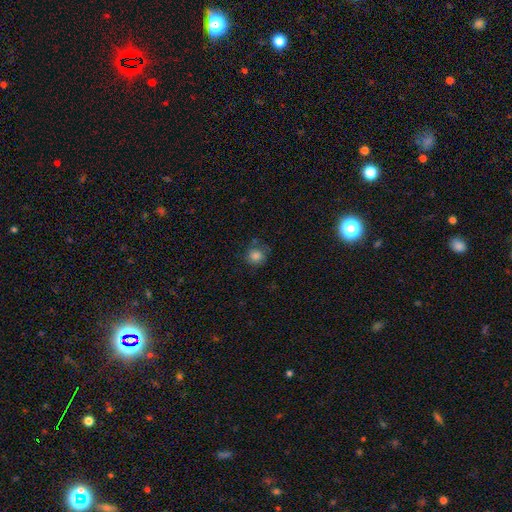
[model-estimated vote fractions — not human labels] A smooth galaxy with no disk features (83%) that is round (89%). Merging: none (71%).